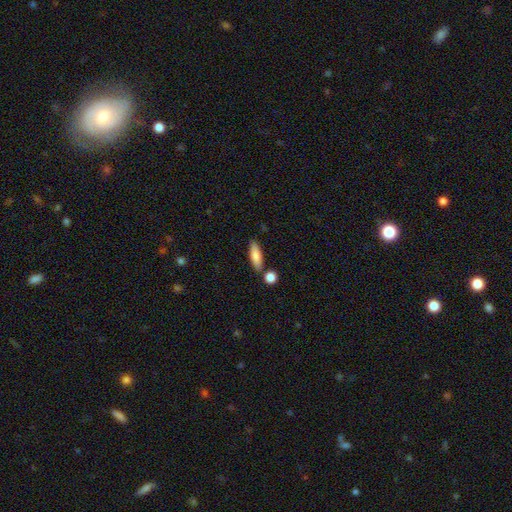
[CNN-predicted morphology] Smooth or featured? Predicted: smooth (p=0.82). How rounded? Predicted: in between (p=0.56). Merging? Predicted: none (p=0.78).